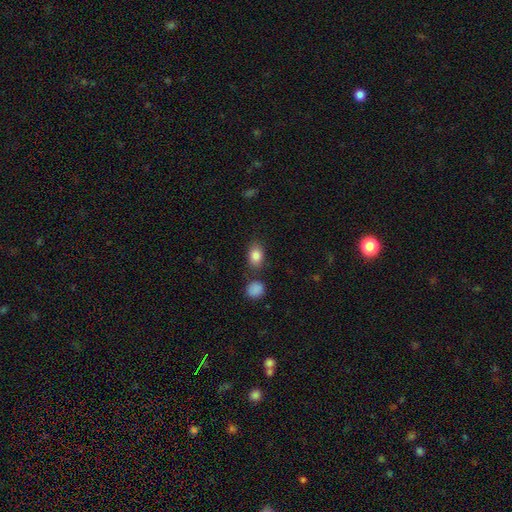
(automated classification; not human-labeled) Q: Smooth or featured?
A: smooth (85%); runner-up: star or artifact (8%)
Q: How rounded?
A: in between (80%); runner-up: round (18%)
Q: Merging?
A: none (76%); runner-up: minor disturbance (13%)